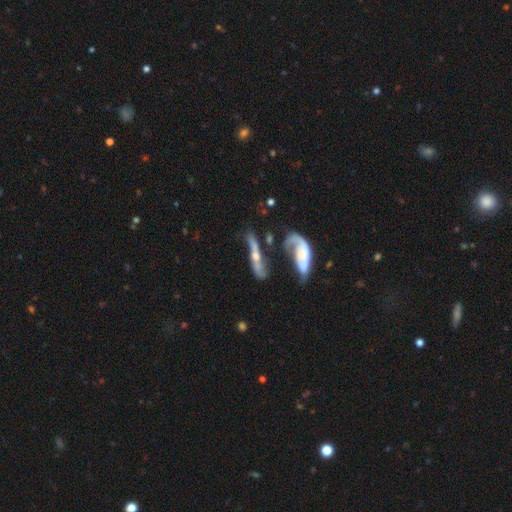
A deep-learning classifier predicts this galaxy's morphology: Overall: featured or disk (68%). Edge-on disk: yes (54%; no 46%). Merging: none (36%; merger 26%).